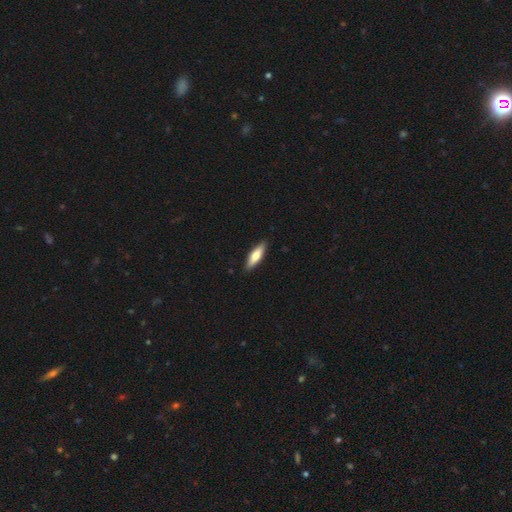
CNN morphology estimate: A smooth galaxy with no disk features (71%) that is cigar-shaped (57%). Merging: none (89%).